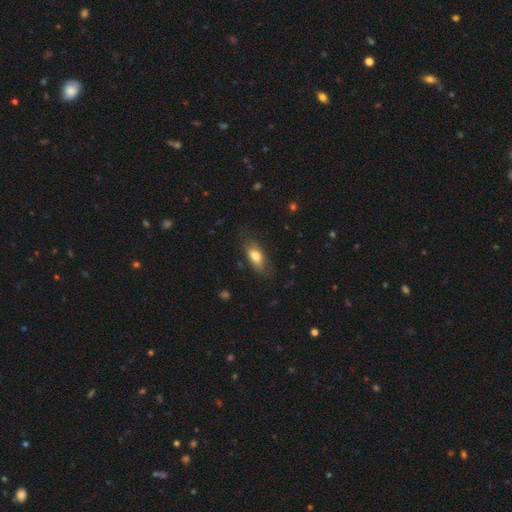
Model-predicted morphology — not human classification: The model was most divided on "merging": none: 73%, minor disturbance: 19%, major disturbance: 6%, merger: 1%. More confident: how rounded — in between (83%); smooth or featured — smooth (75%).